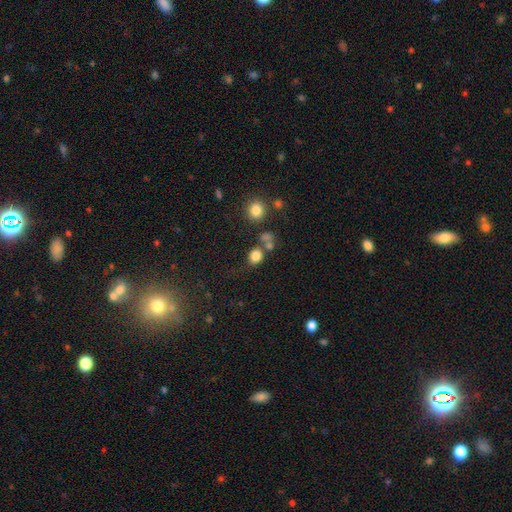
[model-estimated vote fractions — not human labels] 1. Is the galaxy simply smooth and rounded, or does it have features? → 80% smooth, 14% star or artifact, 7% featured or disk.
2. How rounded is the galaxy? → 71% round, 28% in between, 1% cigar-shaped.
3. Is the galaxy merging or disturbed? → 58% none, 22% merger, 13% minor disturbance, 7% major disturbance.